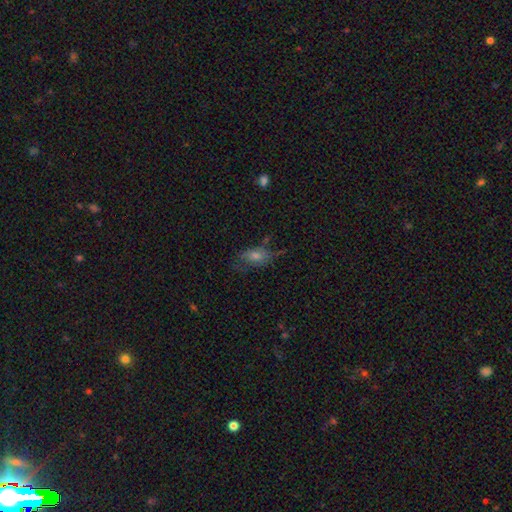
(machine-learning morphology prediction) smooth-or-featured: smooth: 53% | featured or disk: 30% | star or artifact: 17%
  how-rounded: in between: 80% | round: 14% | cigar-shaped: 7%
  merging: none: 54% | minor disturbance: 25% | major disturbance: 17% | merger: 4%